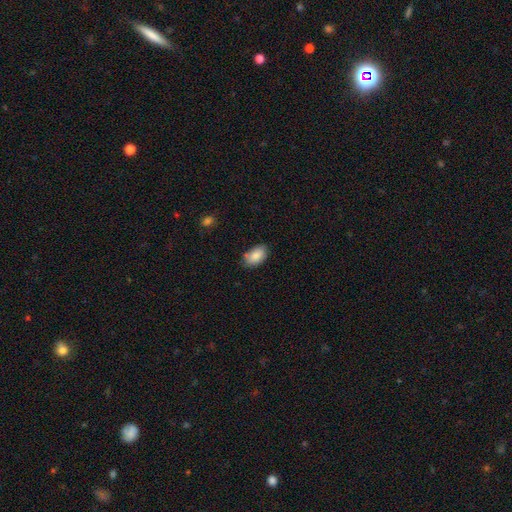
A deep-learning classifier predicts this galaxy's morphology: Q: Smooth or featured?
A: smooth (85%); runner-up: featured or disk (8%)
Q: How rounded?
A: in between (92%); runner-up: round (6%)
Q: Merging?
A: none (75%); runner-up: minor disturbance (19%)